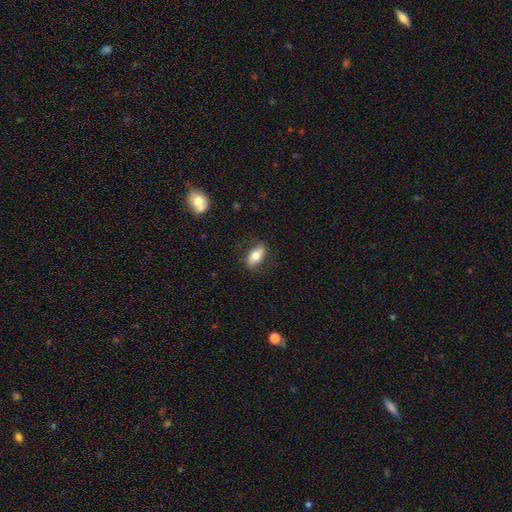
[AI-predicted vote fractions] Smooth or featured?
  - smooth: 73% *
  - featured or disk: 20%
  - star or artifact: 7%
How rounded?
  - in between: 87% *
  - cigar-shaped: 8%
  - round: 6%
Merging?
  - none: 81% *
  - minor disturbance: 14%
  - major disturbance: 4%
  - merger: 1%